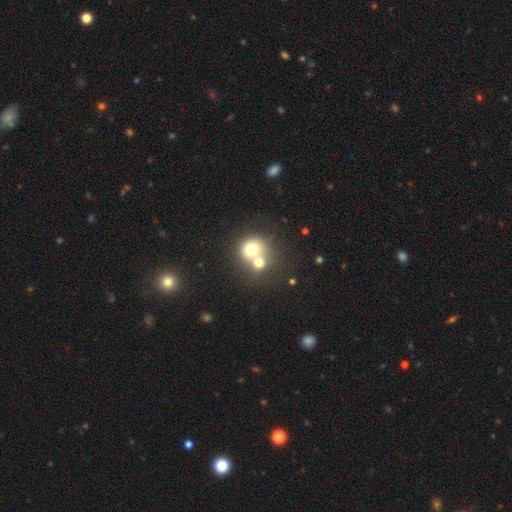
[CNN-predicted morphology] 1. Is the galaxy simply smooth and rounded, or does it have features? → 68% smooth, 20% featured or disk, 12% star or artifact.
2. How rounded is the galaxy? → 77% round, 22% in between, 1% cigar-shaped.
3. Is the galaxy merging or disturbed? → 60% merger, 30% none, 7% minor disturbance, 4% major disturbance.